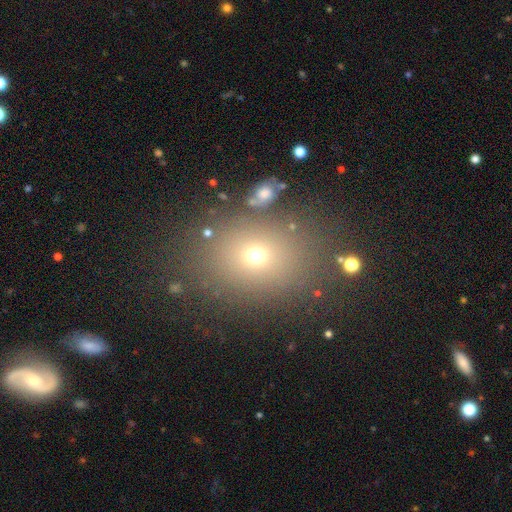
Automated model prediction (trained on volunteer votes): smooth-or-featured: smooth: 64% | star or artifact: 24% | featured or disk: 12%
  how-rounded: in between: 52% | round: 47% | cigar-shaped: 1%
  merging: none: 81% | minor disturbance: 10% | major disturbance: 5% | merger: 5%